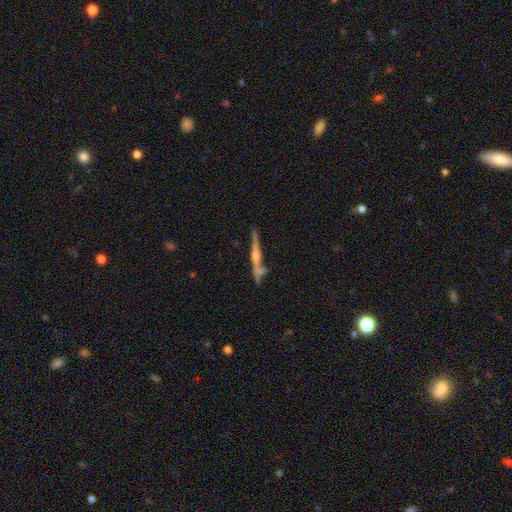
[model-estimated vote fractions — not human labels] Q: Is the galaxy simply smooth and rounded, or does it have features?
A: featured or disk — 72%.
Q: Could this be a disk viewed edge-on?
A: yes — 95%.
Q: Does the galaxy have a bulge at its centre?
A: rounded — 67%.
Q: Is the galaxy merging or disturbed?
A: none — 66%.